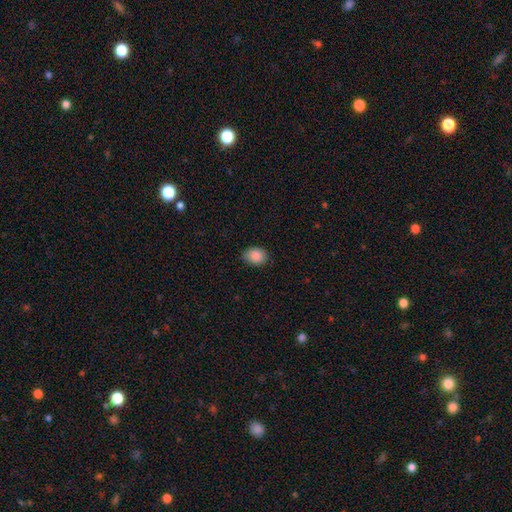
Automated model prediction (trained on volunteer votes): A smooth galaxy with no disk features (88%) that is in between round and cigar-shaped (57%). Merging: none (79%).